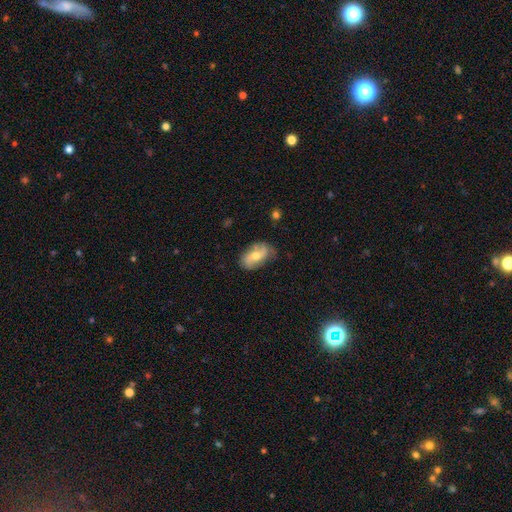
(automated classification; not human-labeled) Q: Smooth or featured?
A: featured or disk (55%); runner-up: smooth (38%)
Q: Edge-on disk?
A: no (93%); runner-up: yes (7%)
Q: Bar?
A: no (57%); runner-up: weak (31%)
Q: Spiral arms?
A: yes (80%); runner-up: no (20%)
Q: Bulge size?
A: moderate (66%); runner-up: small (28%)
Q: Merging?
A: none (71%); runner-up: minor disturbance (22%)